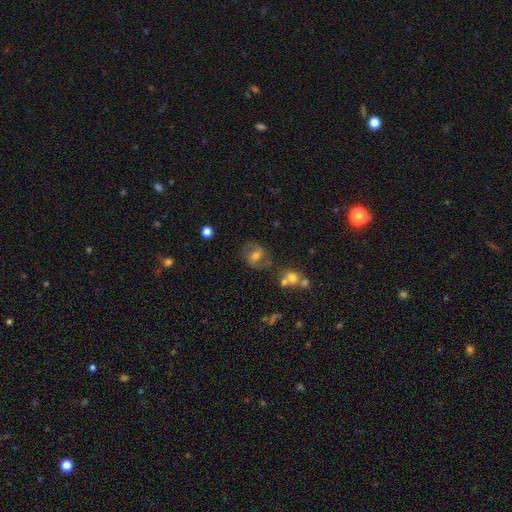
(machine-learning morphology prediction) Q: Smooth or featured?
A: featured or disk (52%); runner-up: smooth (37%)
Q: Edge-on disk?
A: no (96%); runner-up: yes (4%)
Q: Merging?
A: none (70%); runner-up: minor disturbance (17%)